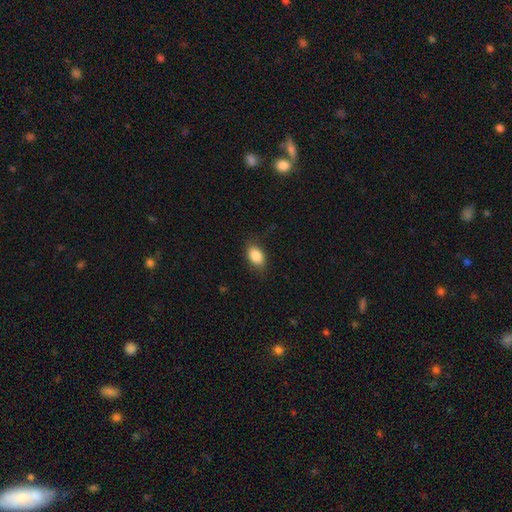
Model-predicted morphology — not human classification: Smooth or featured? smooth (86%)
How rounded? in between (89%)
Merging? none (80%)